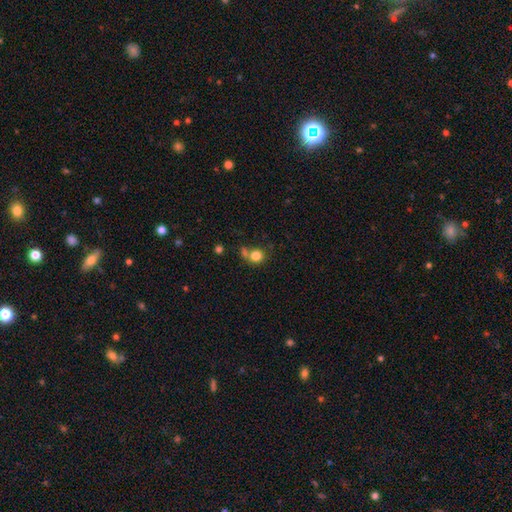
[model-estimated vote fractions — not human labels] Smooth or featured?
  - smooth: 81% *
  - star or artifact: 11%
  - featured or disk: 8%
How rounded?
  - round: 83% *
  - in between: 16%
  - cigar-shaped: 1%
Merging?
  - none: 51% *
  - merger: 30%
  - minor disturbance: 12%
  - major disturbance: 6%